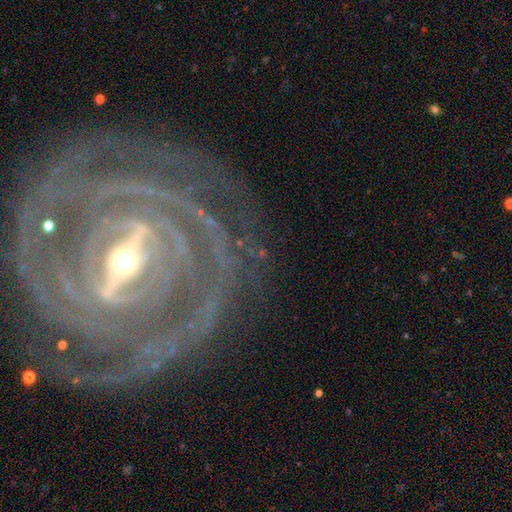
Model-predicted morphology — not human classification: smooth-or-featured: featured or disk: 90% | star or artifact: 5% | smooth: 4%
  disk-edge-on: no: 94% | yes: 6%
    bar: strong: 70% | weak: 22% | no: 7%
    has-spiral-arms: yes: 97% | no: 3%
      spiral-winding: tight: 84% | medium: 13% | loose: 3%
      spiral-arm-count: can't tell: 21% (tied) | 4: 21% (tied) | 2: 20% | 3: 18% | more than 4: 13% | 1: 8%
    bulge-size: small: 50% | moderate: 45% | large: 3% | none: 1% | dominant: 1%
  merging: none: 81% | minor disturbance: 12% | major disturbance: 6% | merger: 2%